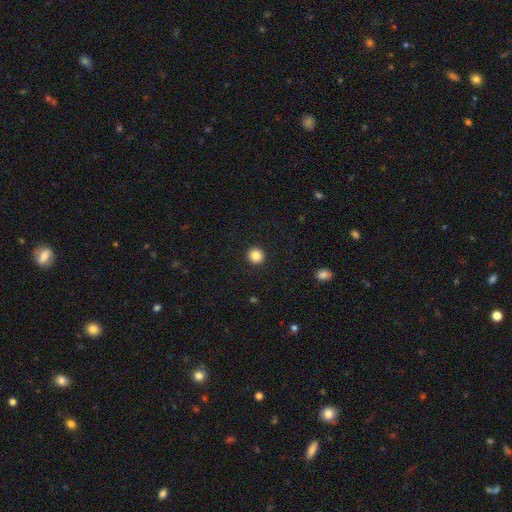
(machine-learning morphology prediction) This appears to be a smooth galaxy with no disk features (85%) that is round (94%). Merging: none (93%).